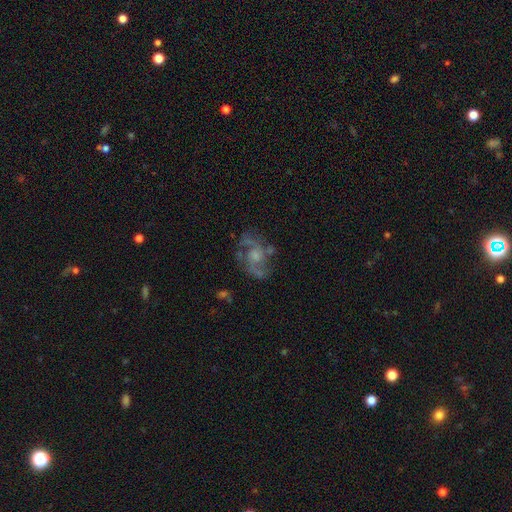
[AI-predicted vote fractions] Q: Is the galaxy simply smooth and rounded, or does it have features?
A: featured or disk — 77%.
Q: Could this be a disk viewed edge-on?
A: no — 97%.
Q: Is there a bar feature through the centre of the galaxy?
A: no — 70%.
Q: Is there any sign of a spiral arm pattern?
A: yes — 85%.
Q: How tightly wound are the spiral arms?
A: medium — 50%.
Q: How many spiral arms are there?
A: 2 — 69%.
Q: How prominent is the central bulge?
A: small — 39%.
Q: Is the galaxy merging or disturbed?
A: none — 63%.